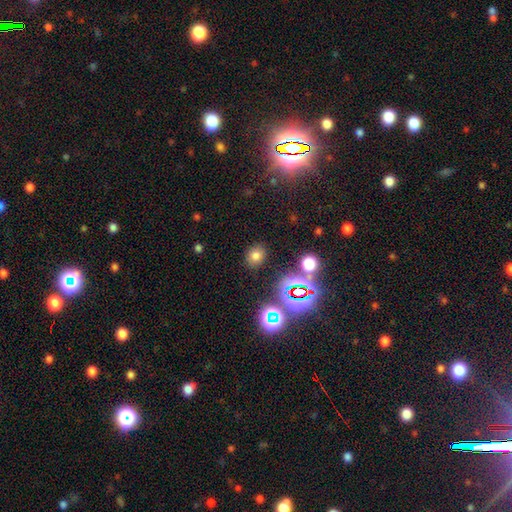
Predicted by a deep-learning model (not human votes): This is likely a smooth galaxy (70%). How rounded: likely round (63%). Merging: clearly none (85%).